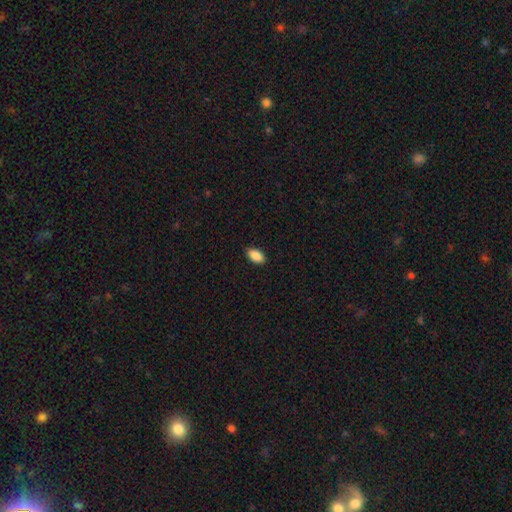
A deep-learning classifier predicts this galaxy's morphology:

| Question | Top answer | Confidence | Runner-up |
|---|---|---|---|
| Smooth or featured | smooth | 89% | star or artifact (7%) |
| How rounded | in between | 94% | round (4%) |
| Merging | none | 89% | minor disturbance (8%) |